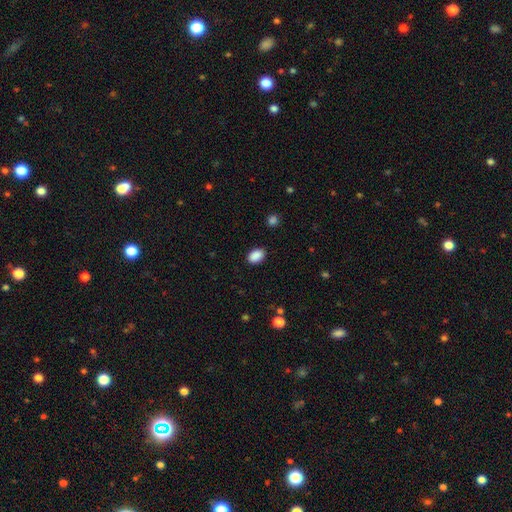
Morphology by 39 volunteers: smooth-or-featured: smooth: 97% | star or artifact: 3% | featured or disk: 0%
  how-rounded: in between: 95% | round: 5% | cigar-shaped: 0%
  merging: none: 89% | minor disturbance: 8% | merger: 3% | major disturbance: 0%